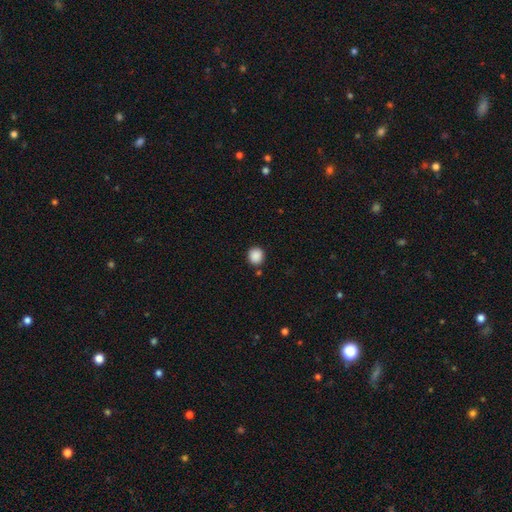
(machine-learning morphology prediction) Smooth or featured?
  - smooth: 88% *
  - star or artifact: 9%
  - featured or disk: 3%
How rounded?
  - round: 88% *
  - in between: 11%
  - cigar-shaped: 1%
Merging?
  - none: 86% *
  - minor disturbance: 8%
  - merger: 3%
  - major disturbance: 2%